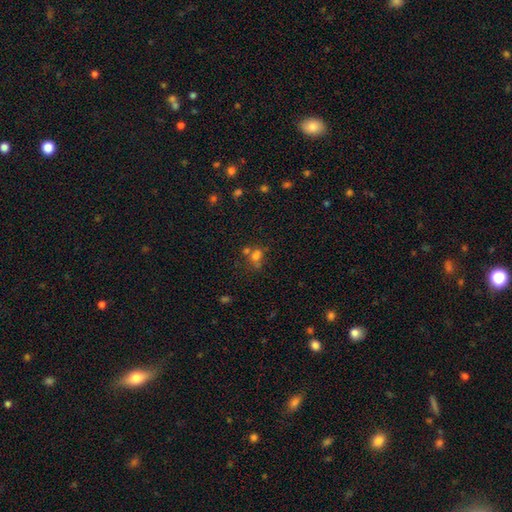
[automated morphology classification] A smooth galaxy with no disk features (65%) that is in between round and cigar-shaped (49%, tied with round). Merging: none (39%).